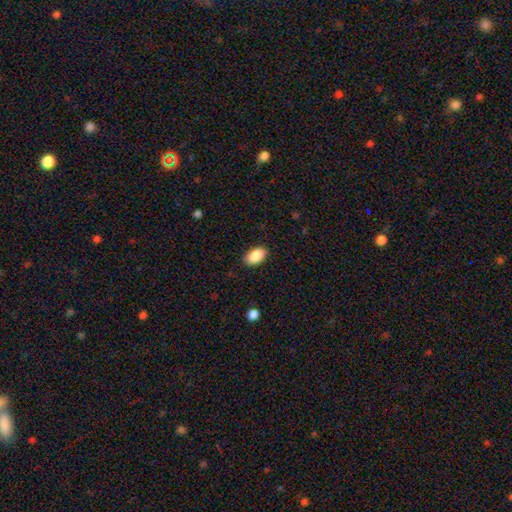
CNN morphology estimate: A smooth galaxy with no disk features (89%) that is in between round and cigar-shaped (93%).

Vote fractions:
- Smooth or featured? smooth: 89% / star or artifact: 7% / featured or disk: 4%
- How rounded? in between: 93% / round: 5% / cigar-shaped: 1%
- Merging? none: 88% / minor disturbance: 9% / major disturbance: 2% / merger: 1%